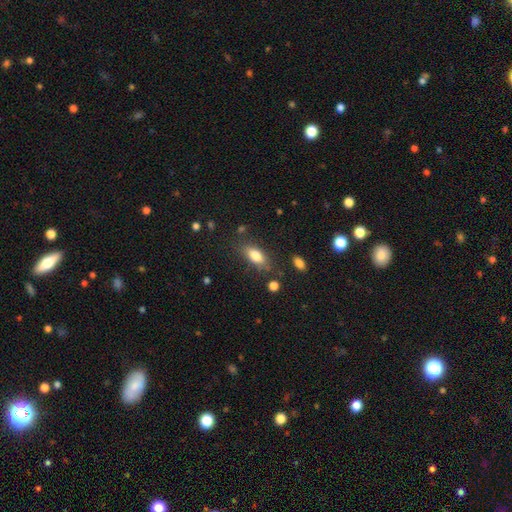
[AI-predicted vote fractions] A smooth galaxy with no disk features (80%) that is in between round and cigar-shaped (83%). Merging: none (75%).